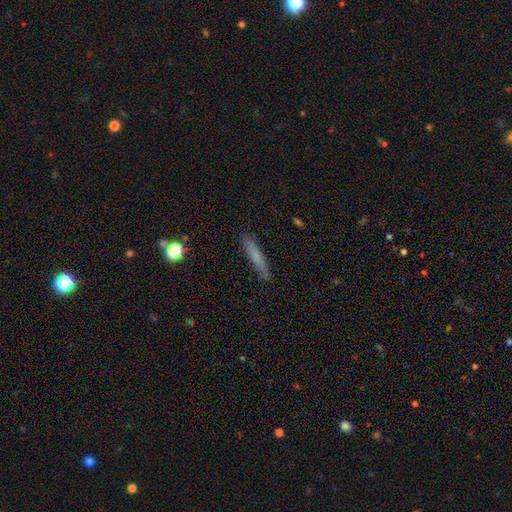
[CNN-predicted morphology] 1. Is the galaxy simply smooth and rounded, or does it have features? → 71% smooth, 21% featured or disk, 8% star or artifact.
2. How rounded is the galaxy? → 93% cigar-shaped, 6% in between, 2% round.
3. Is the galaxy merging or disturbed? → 85% none, 11% minor disturbance, 2% major disturbance, 2% merger.